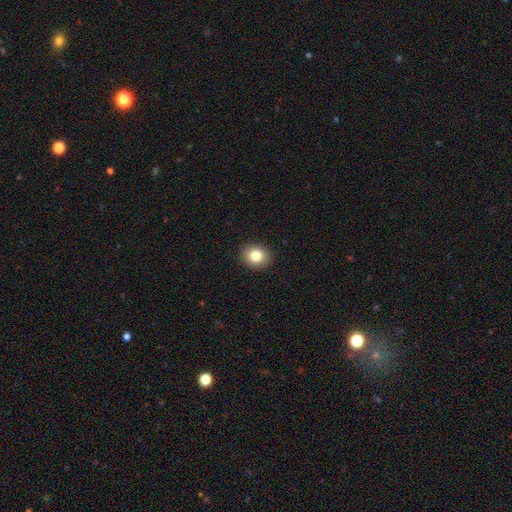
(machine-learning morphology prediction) Q: Smooth or featured?
A: smooth (82%); runner-up: star or artifact (9%)
Q: How rounded?
A: round (67%); runner-up: in between (32%)
Q: Merging?
A: none (91%); runner-up: minor disturbance (6%)